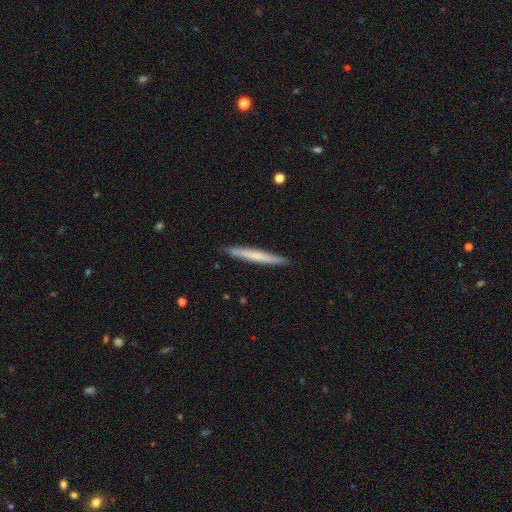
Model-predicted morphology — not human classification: This appears to be a smooth galaxy with no disk features (58%) that is cigar-shaped (97%). Merging: none (89%).